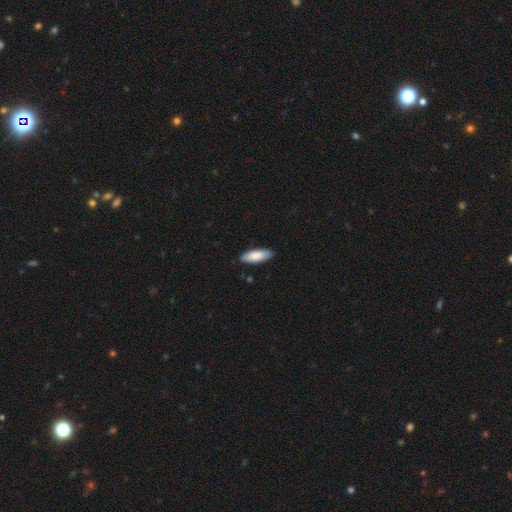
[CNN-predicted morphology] Smooth or featured? smooth (86%)
How rounded? in between (67%)
Merging? none (88%)